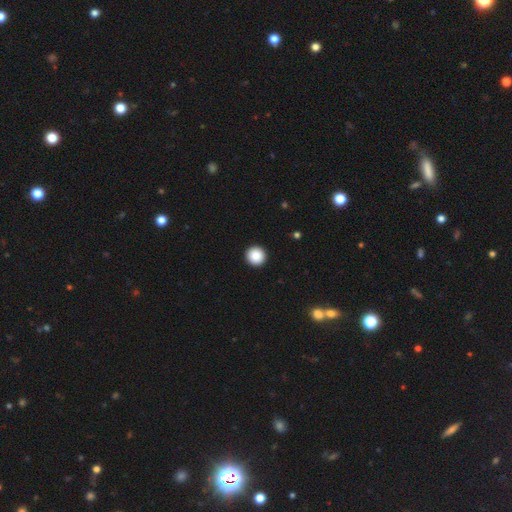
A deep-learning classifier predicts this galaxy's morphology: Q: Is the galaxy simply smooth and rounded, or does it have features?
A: smooth — 89%.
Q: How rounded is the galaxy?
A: round — 96%.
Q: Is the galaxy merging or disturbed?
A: none — 94%.